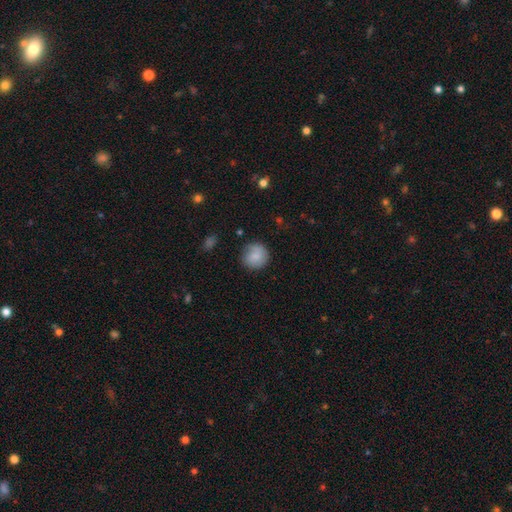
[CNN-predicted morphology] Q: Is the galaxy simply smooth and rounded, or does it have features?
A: smooth — 81%.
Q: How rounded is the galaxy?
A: round — 92%.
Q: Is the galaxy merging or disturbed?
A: none — 77%.